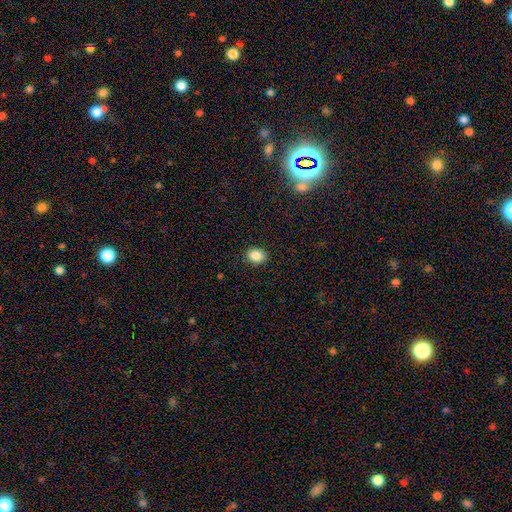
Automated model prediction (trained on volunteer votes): A smooth galaxy with no disk features (87%) that is in between round and cigar-shaped (56%). Merging: none (89%).